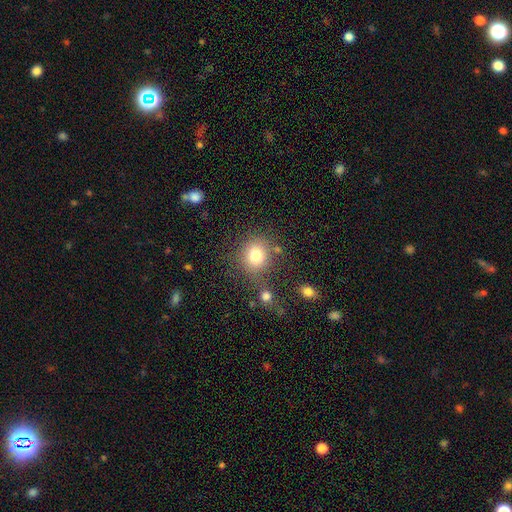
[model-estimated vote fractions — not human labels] Morphology: type=smooth (79%); roundness=round (83%); merging=none (69%).